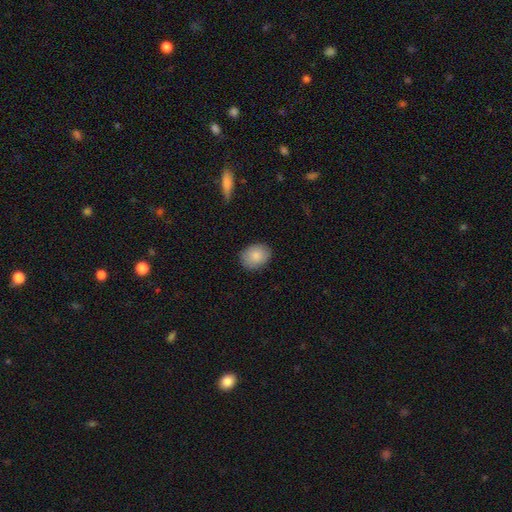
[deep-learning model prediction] smooth-or-featured: smooth: 86% | featured or disk: 7% | star or artifact: 7%
  how-rounded: in between: 56% | round: 43% | cigar-shaped: 1%
  merging: none: 85% | minor disturbance: 12% | major disturbance: 3% | merger: 1%